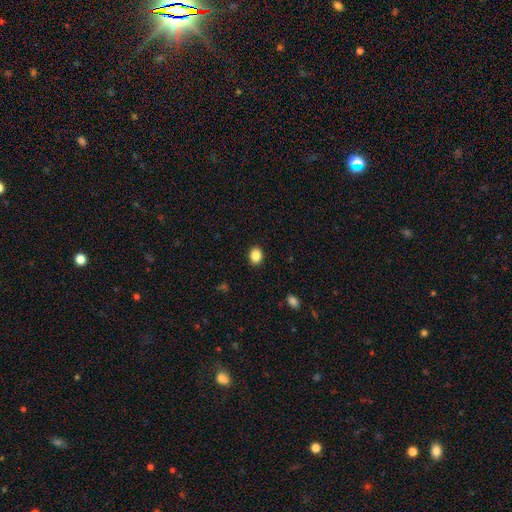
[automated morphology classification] A smooth galaxy with no disk features (87%) that is round (53%).

Vote fractions:
- Smooth or featured? smooth: 87% / star or artifact: 9% / featured or disk: 4%
- How rounded? round: 53% / in between: 46% / cigar-shaped: 1%
- Merging? none: 91% / minor disturbance: 7% / major disturbance: 2% / merger: 1%